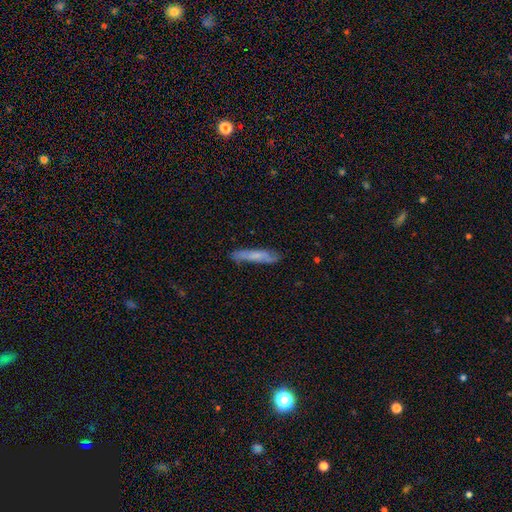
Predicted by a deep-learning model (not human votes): smooth_or_featured: smooth (p=0.61) [alt: featured or disk p=0.33]
how_rounded: cigar-shaped (p=0.88) [alt: in between p=0.10]
merging: none (p=0.77) [alt: minor disturbance p=0.18]